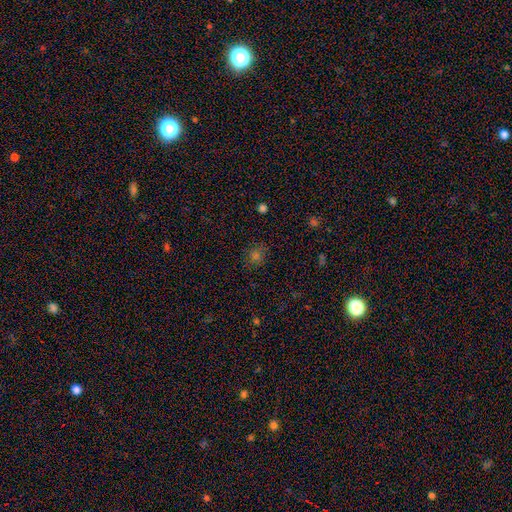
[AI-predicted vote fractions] Overall: smooth (66%; star or artifact 26%). How rounded: round (81%). Merging: none (83%).